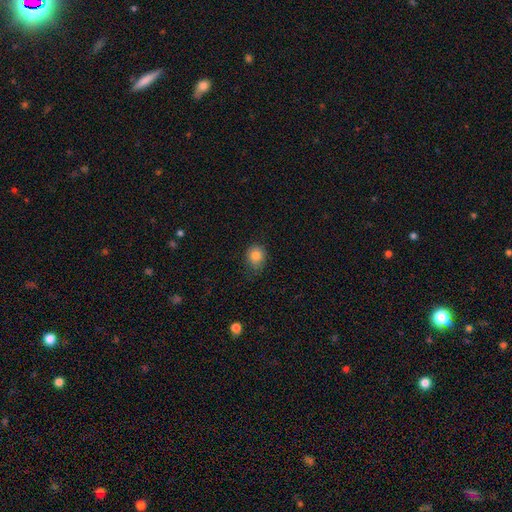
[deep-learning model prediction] This is clearly a smooth galaxy (83%). How rounded: likely round (69%). Merging: likely none (70%).